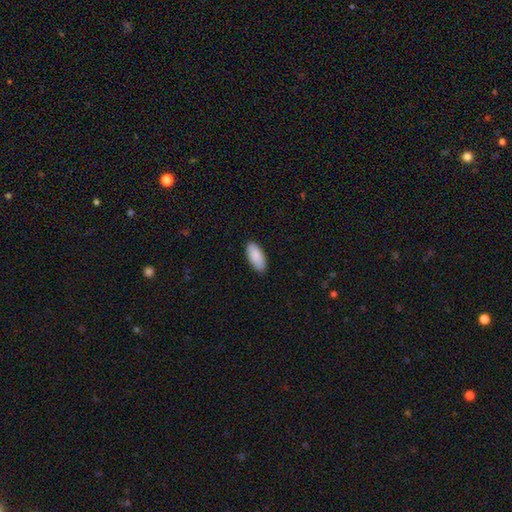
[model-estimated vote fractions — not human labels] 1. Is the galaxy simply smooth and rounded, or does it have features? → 88% smooth, 6% featured or disk, 6% star or artifact.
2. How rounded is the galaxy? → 89% in between, 9% cigar-shaped, 2% round.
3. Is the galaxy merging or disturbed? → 88% none, 9% minor disturbance, 2% major disturbance, 1% merger.